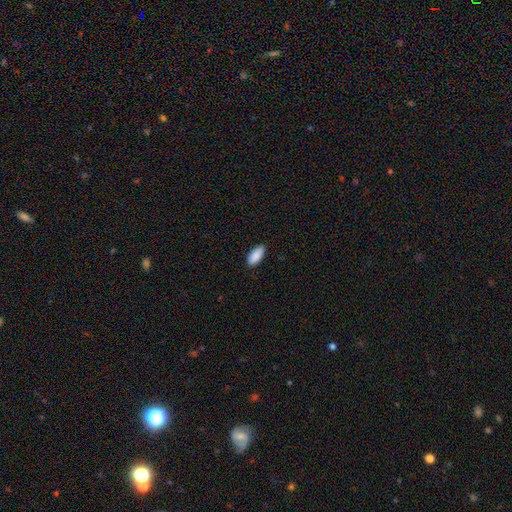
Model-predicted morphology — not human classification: smooth 90%, star or artifact 6%, featured or disk 4%. Down the decision tree: how rounded — in between (88%); merging — none (88%).